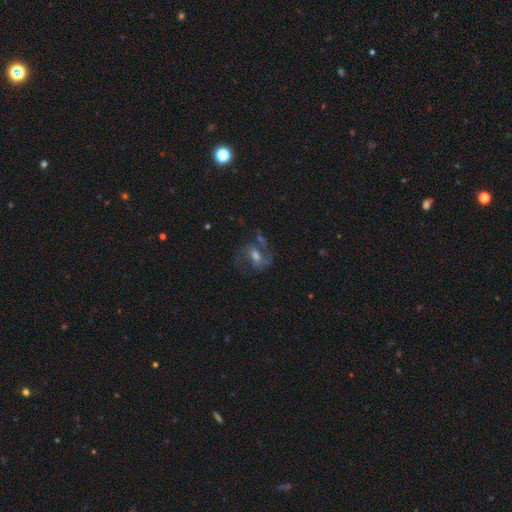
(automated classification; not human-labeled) Smooth or featured?
  - featured or disk: 64% *
  - smooth: 23%
  - star or artifact: 13%
Edge-on disk?
  - no: 96% *
  - yes: 4%
Bar?
  - weak: 47% *
  - no: 34%
  - strong: 19%
Spiral arms?
  - yes: 82% *
  - no: 18%
Spiral winding?
  - medium: 49% *
  - loose: 34%
  - tight: 17%
Spiral arm count?
  - 2: 72% *
  - can't tell: 13%
  - 1: 7%
  - 3: 4%
  - 4: 2%
  - more than 4: 2%
Bulge size?
  - moderate: 58% *
  - small: 23%
  - large: 12%
  - none: 5%
  - dominant: 2%
Merging?
  - none: 53% *
  - major disturbance: 19%
  - minor disturbance: 18%
  - merger: 9%